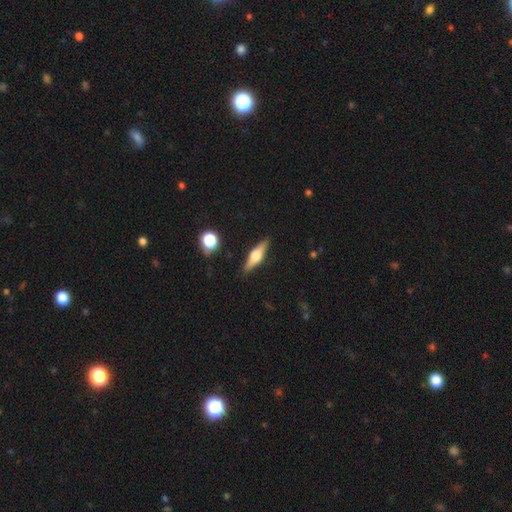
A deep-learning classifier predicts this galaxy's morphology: A featured or disk galaxy (60%) viewed edge-on (95%) with a rounded central bulge (94%). Merging: none (88%).